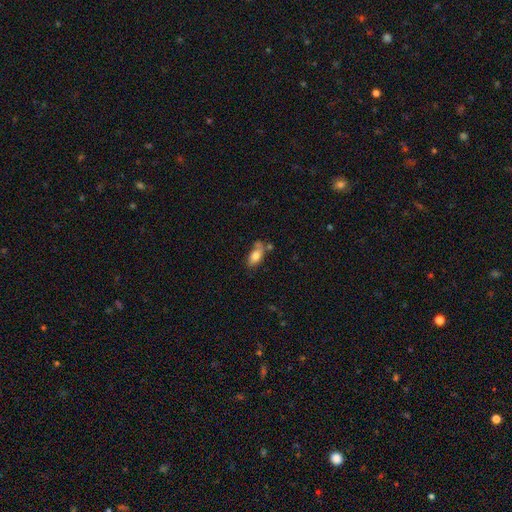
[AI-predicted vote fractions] Overall: smooth (80%). How rounded: in between (88%). Merging: none (55%; minor disturbance 22%).